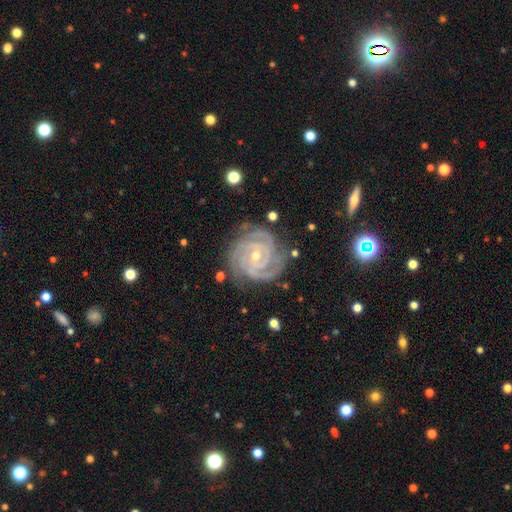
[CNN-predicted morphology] Overall: featured or disk (93%). Edge-on disk: no (98%). Bar: no (50%; weak 34%). Spiral arms: yes (99%). Spiral arm count: 3 (36%; 4 23%). Spiral winding: tight (83%). Bulge size: small (63%; moderate 34%). Merging: none (78%).